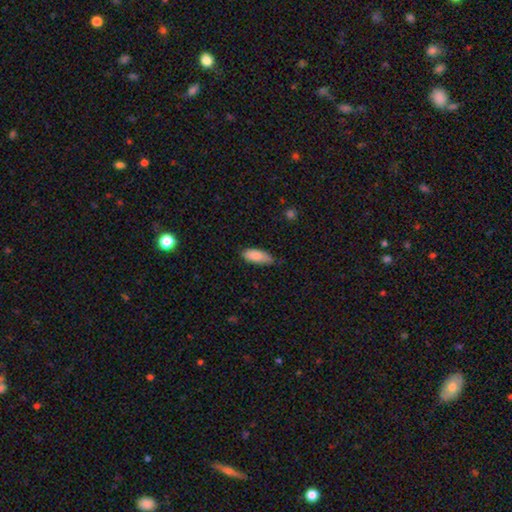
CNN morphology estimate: This appears to be a smooth galaxy with no disk features (88%) that is in between round and cigar-shaped (78%). Merging: none (63%).